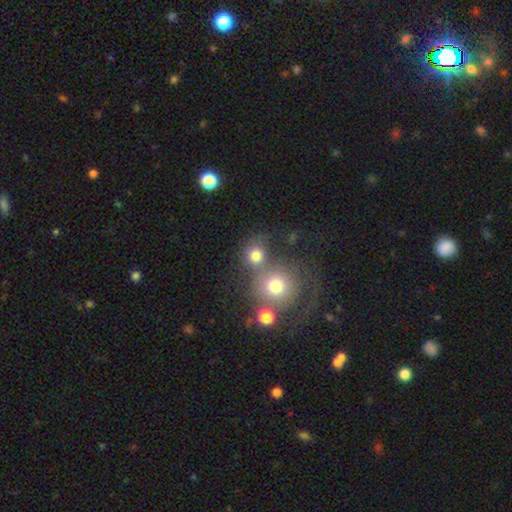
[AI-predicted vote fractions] Morphology: type=smooth (75%); roundness=round (85%); merging=none (44%).